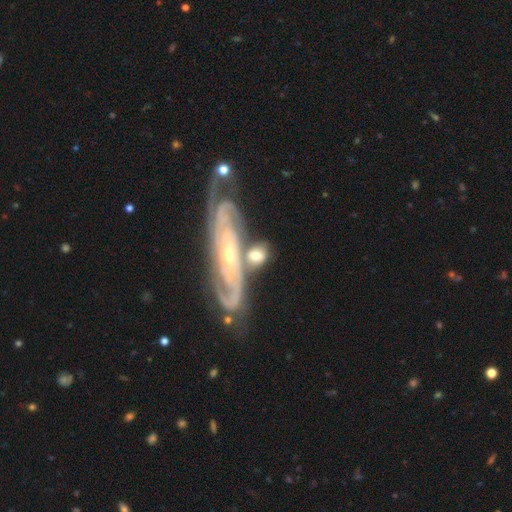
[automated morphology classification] A smooth galaxy with no disk features (49%).

Vote fractions:
- Smooth or featured? smooth: 49% / featured or disk: 44% / star or artifact: 6%
- Merging? none: 47% / merger: 30% / minor disturbance: 16% / major disturbance: 7%